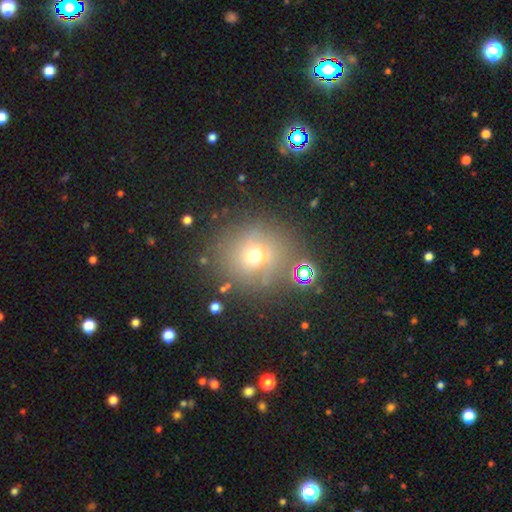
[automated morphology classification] A smooth galaxy with no disk features (61%) that is round (88%). Merging: none (77%).